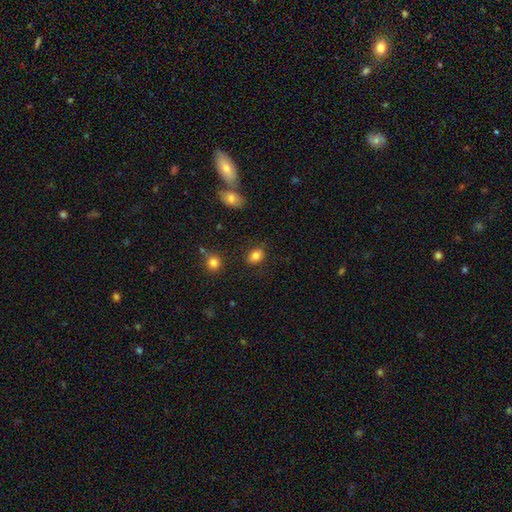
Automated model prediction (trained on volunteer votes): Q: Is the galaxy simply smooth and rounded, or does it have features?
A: smooth — 83%.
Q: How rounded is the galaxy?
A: in between — 72%.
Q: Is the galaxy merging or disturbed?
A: none — 82%.